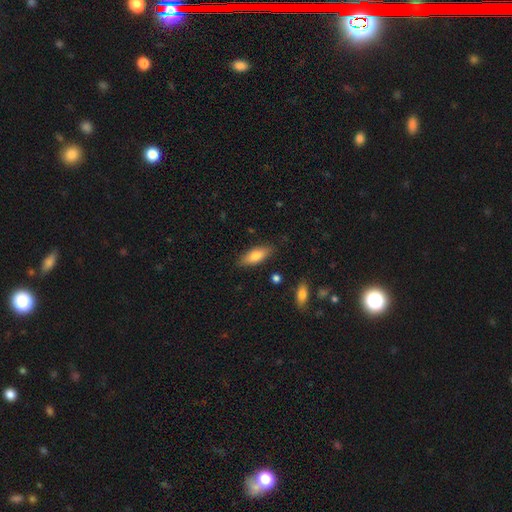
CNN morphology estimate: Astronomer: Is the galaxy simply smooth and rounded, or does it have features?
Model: smooth — 77%.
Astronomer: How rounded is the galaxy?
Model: in between — 73%.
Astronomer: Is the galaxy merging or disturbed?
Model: none — 83%.